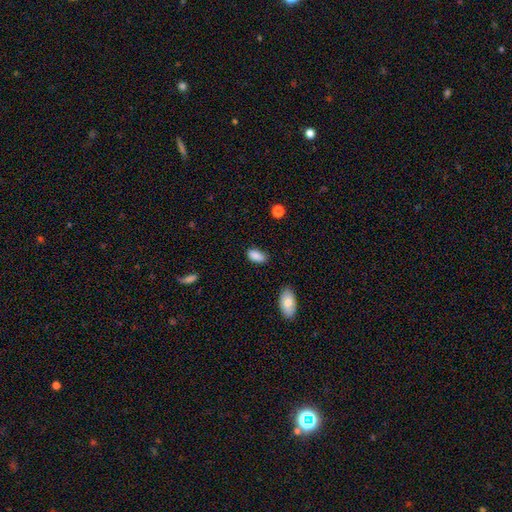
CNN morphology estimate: A smooth galaxy with no disk features (87%) that is in between round and cigar-shaped (92%).

Vote fractions:
- Smooth or featured? smooth: 87% / star or artifact: 7% / featured or disk: 5%
- How rounded? in between: 92% / cigar-shaped: 5% / round: 3%
- Merging? none: 81% / minor disturbance: 15% / major disturbance: 3% / merger: 2%